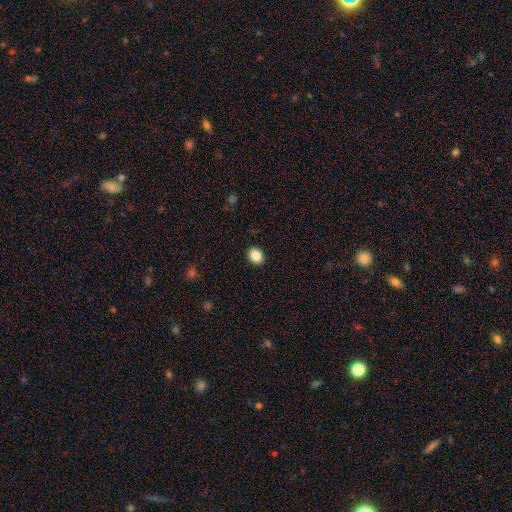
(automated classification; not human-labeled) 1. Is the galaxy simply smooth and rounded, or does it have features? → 86% smooth, 9% star or artifact, 5% featured or disk.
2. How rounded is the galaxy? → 59% in between, 40% round, 1% cigar-shaped.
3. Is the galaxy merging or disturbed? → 91% none, 7% minor disturbance, 2% major disturbance, 1% merger.